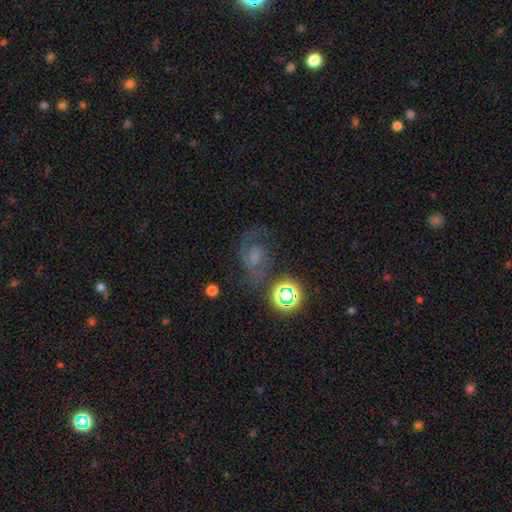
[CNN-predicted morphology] Smooth or featured: featured or disk — 69% (star or artifact — 18%)
Edge-on disk: no — 97% (yes — 3%)
Bar: weak — 50% (no — 36%)
Spiral arms: yes — 94% (no — 6%)
Spiral winding: medium — 56% (tight — 23%)
Spiral arm count: 2 — 82% (can't tell — 7%)
Bulge size: small — 45% (moderate — 33%)
Merging: none — 65% (minor disturbance — 17%)